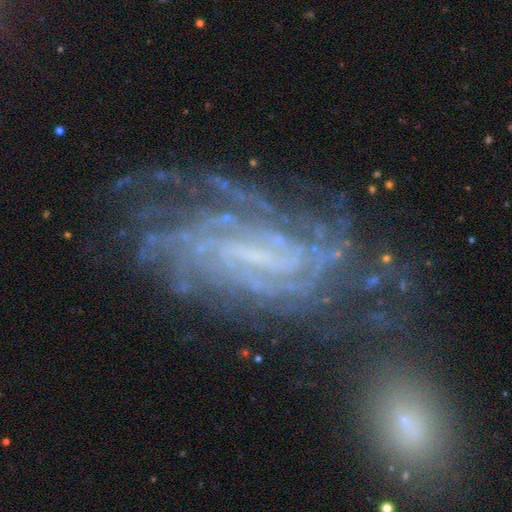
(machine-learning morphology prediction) This is clearly a featured or disk galaxy (84%). It is clearly not viewed edge-on (95%). Bar: marginally weak (43%). Spiral arm pattern: clearly yes (95%). Spiral arm count: marginally can't tell (34%). Spiral winding: likely tight (66%). Central bulge: possibly small (48%). Merging: possibly none (54%).